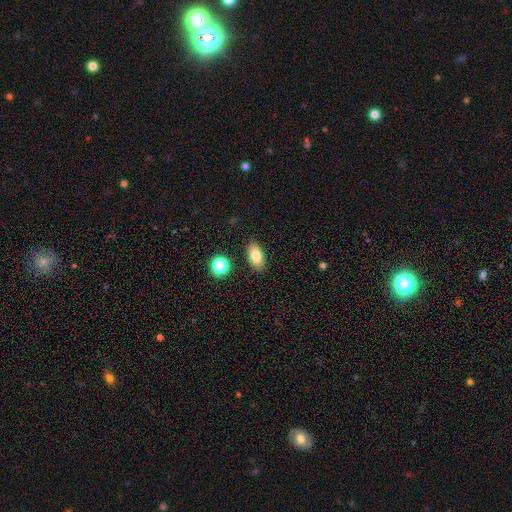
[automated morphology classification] A smooth galaxy with no disk features (79%) that is in between round and cigar-shaped (88%).

Vote fractions:
- Smooth or featured? smooth: 79% / featured or disk: 11% / star or artifact: 9%
- How rounded? in between: 88% / round: 6% / cigar-shaped: 5%
- Merging? none: 88% / minor disturbance: 8% / merger: 2% / major disturbance: 2%